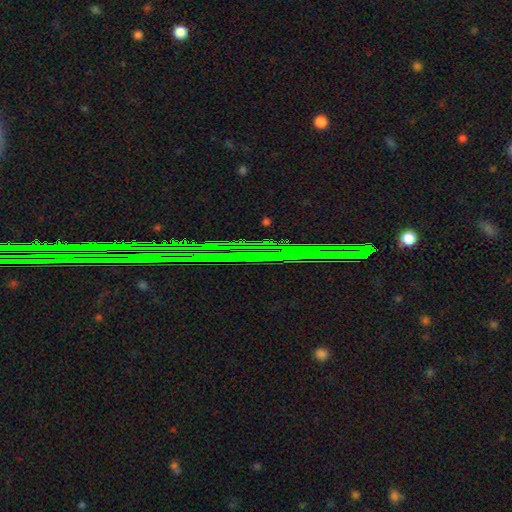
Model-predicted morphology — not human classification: This is clearly a star or artifact rather than a galaxy (81%).